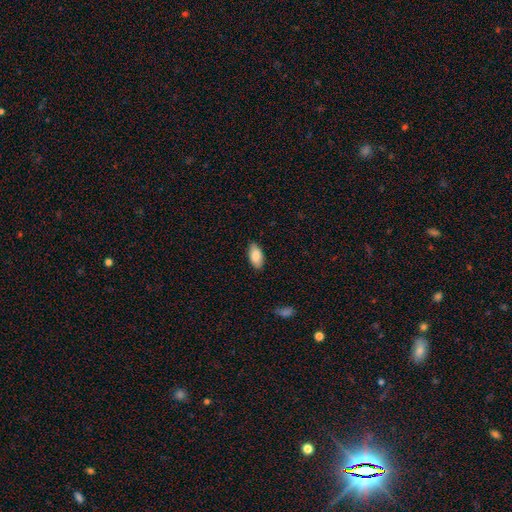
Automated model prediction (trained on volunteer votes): Smooth or featured: smooth — 85% (featured or disk — 8%)
How rounded: in between — 92% (cigar-shaped — 5%)
Merging: none — 84% (minor disturbance — 12%)